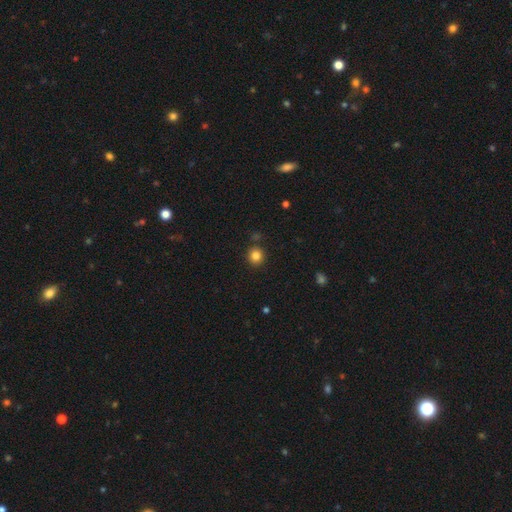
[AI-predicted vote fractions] Smooth or featured: smooth — 84% (star or artifact — 11%)
How rounded: round — 90% (in between — 9%)
Merging: none — 87% (minor disturbance — 7%)